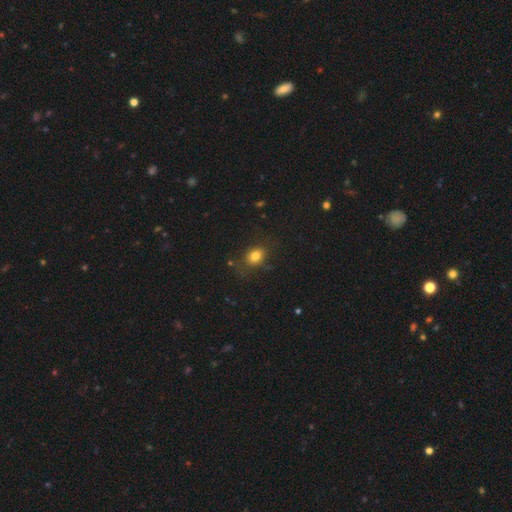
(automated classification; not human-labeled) Smooth or featured: smooth — 79% (star or artifact — 12%)
How rounded: in between — 55% (round — 43%)
Merging: none — 72% (minor disturbance — 19%)